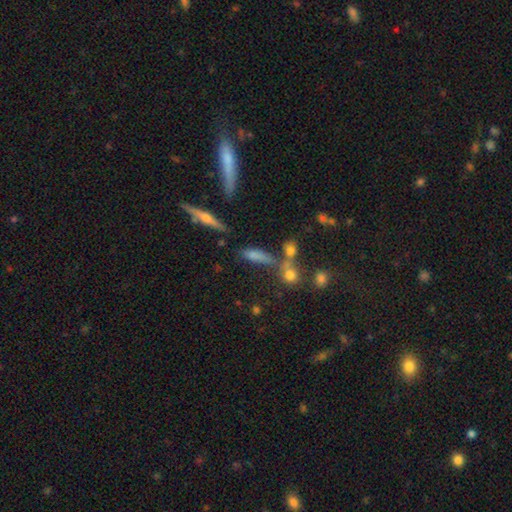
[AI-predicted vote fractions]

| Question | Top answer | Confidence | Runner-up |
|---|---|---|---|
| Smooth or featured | smooth | 70% | featured or disk (16%) |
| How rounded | cigar-shaped | 55% | in between (39%) |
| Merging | none | 50% | merger (22%) |